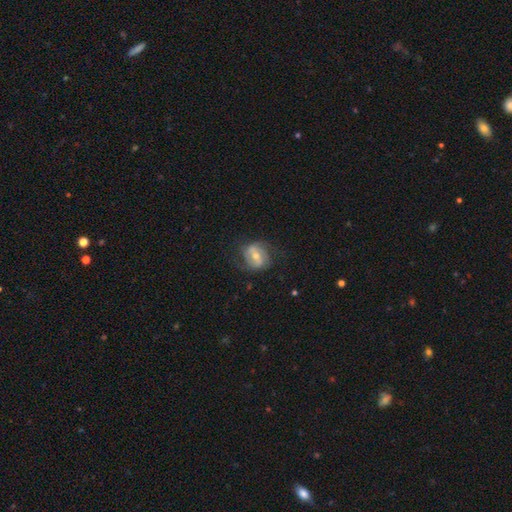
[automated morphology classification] The model was most divided on "bar": weak: 43%, strong: 30%, no: 27%. More confident: edge-on disk — no (96%); spiral arms — yes (76%); merging — none (65%); smooth or featured — featured or disk (63%); bulge size — moderate (62%).